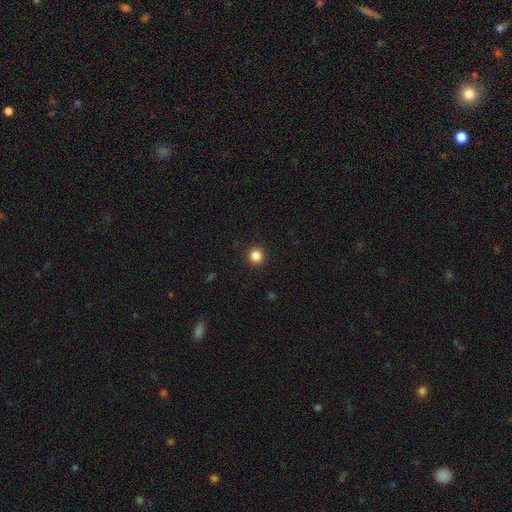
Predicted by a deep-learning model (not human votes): Smooth or featured? Predicted: smooth (p=0.85). How rounded? Predicted: round (p=0.94). Merging? Predicted: none (p=0.92).